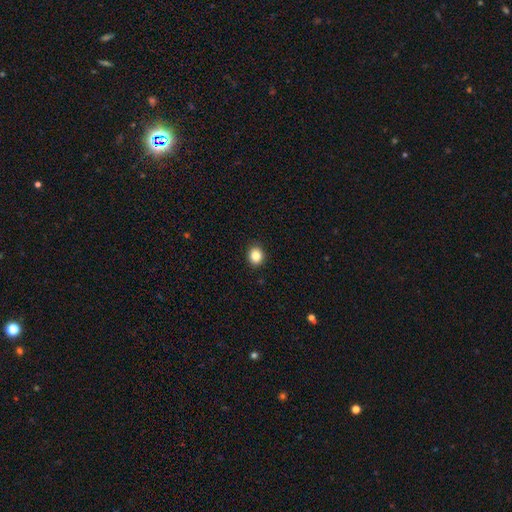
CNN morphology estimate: smooth 86%, star or artifact 10%, featured or disk 5%. Down the decision tree: how rounded — round (70%); merging — none (92%).